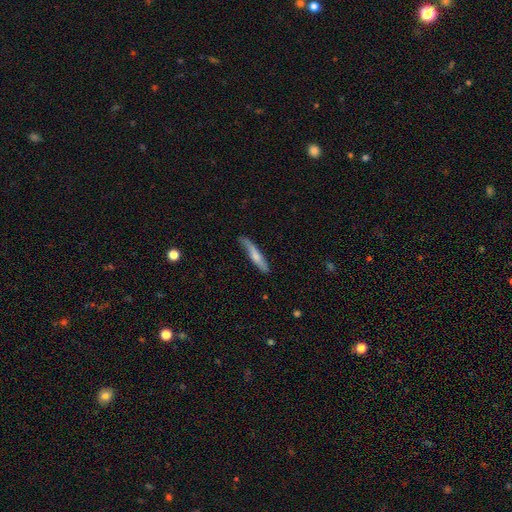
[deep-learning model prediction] A smooth galaxy with no disk features (62%) that is cigar-shaped (90%). Merging: none (71%).